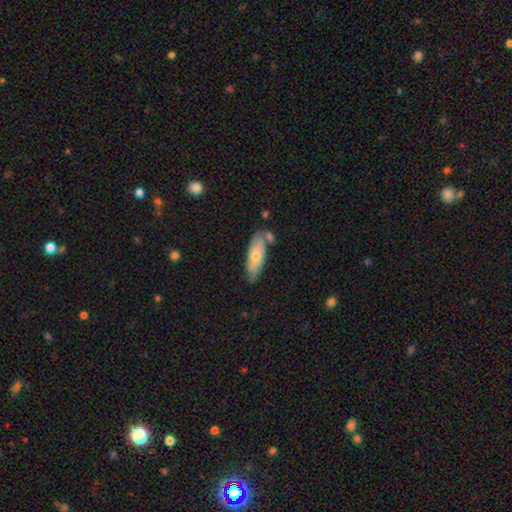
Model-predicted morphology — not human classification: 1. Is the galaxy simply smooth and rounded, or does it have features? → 61% smooth, 33% featured or disk, 6% star or artifact.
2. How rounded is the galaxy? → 54% in between, 44% cigar-shaped, 2% round.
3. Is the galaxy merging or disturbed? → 70% none, 17% minor disturbance, 9% merger, 3% major disturbance.